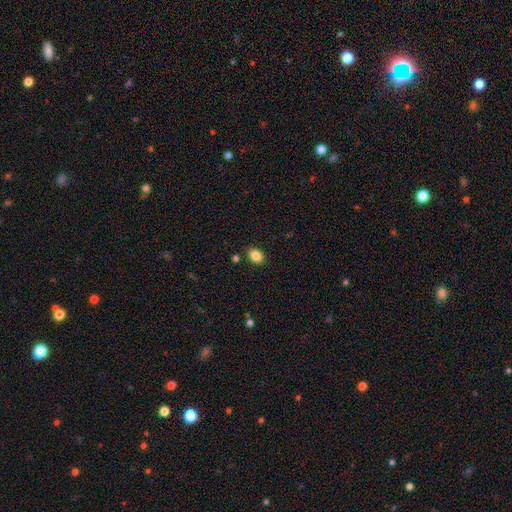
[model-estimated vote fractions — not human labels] A smooth galaxy with no disk features (85%) that is in between round and cigar-shaped (72%).

Vote fractions:
- Smooth or featured? smooth: 85% / star or artifact: 9% / featured or disk: 5%
- How rounded? in between: 72% / round: 27% / cigar-shaped: 1%
- Merging? none: 87% / minor disturbance: 9% / merger: 2% / major disturbance: 2%